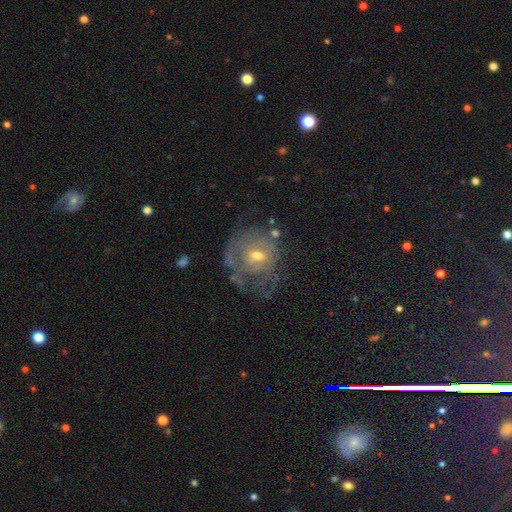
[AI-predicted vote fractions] A featured or disk galaxy (65%) with no bar (60%), spiral arms (55%) and a moderate central bulge (53%). Merging: none (45%).